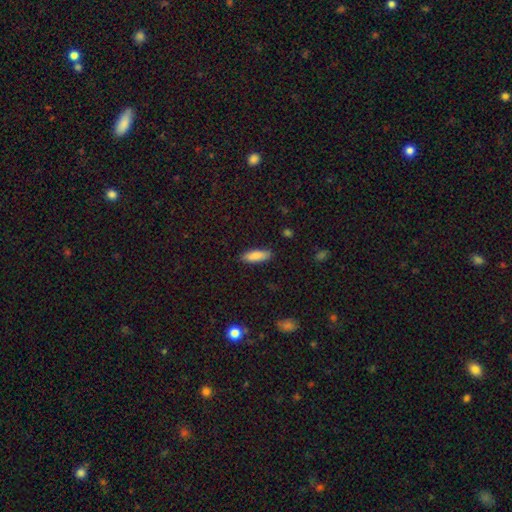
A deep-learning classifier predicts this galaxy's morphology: Smooth or featured? smooth (85%)
How rounded? in between (61%)
Merging? none (87%)